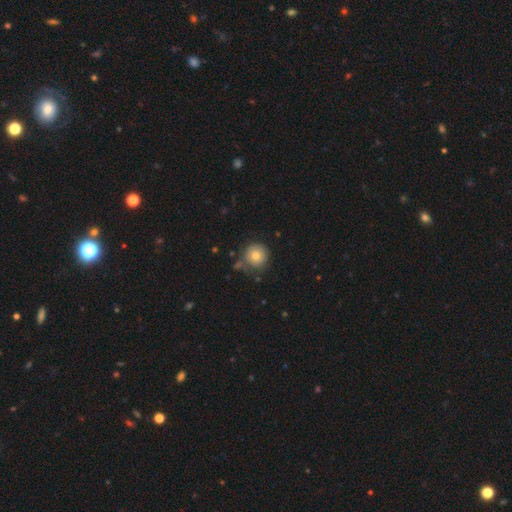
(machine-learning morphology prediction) A smooth galaxy with no disk features (79%) that is round (95%). Merging: none (77%).